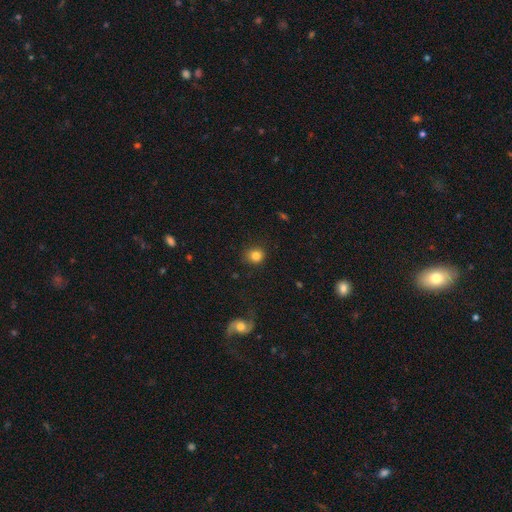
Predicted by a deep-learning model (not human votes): Smooth or featured?
  - smooth: 83% *
  - star or artifact: 10%
  - featured or disk: 7%
How rounded?
  - round: 81% *
  - in between: 18%
  - cigar-shaped: 1%
Merging?
  - none: 83% *
  - minor disturbance: 12%
  - major disturbance: 4%
  - merger: 2%